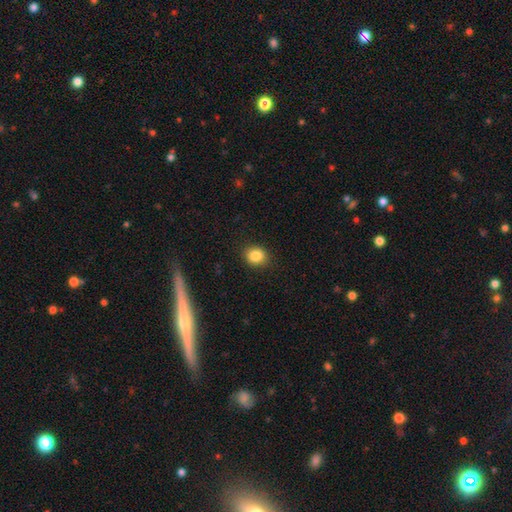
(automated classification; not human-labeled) A smooth galaxy with no disk features (85%) that is round (71%).

Vote fractions:
- Smooth or featured? smooth: 85% / star or artifact: 10% / featured or disk: 5%
- How rounded? round: 71% / in between: 28% / cigar-shaped: 1%
- Merging? none: 89% / minor disturbance: 8% / major disturbance: 2% / merger: 1%